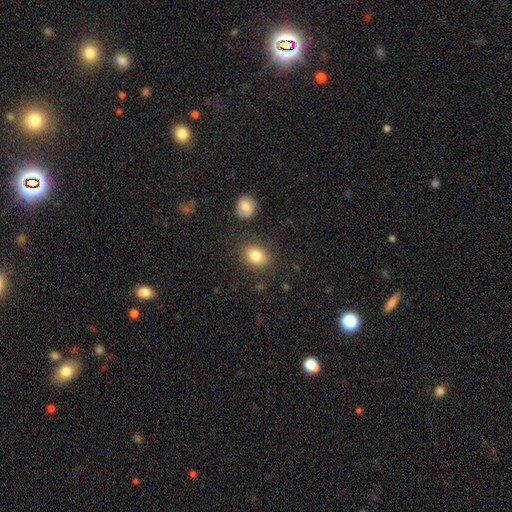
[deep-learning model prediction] Overall: smooth (82%). How rounded: in between (52%; round 47%). Merging: none (82%).